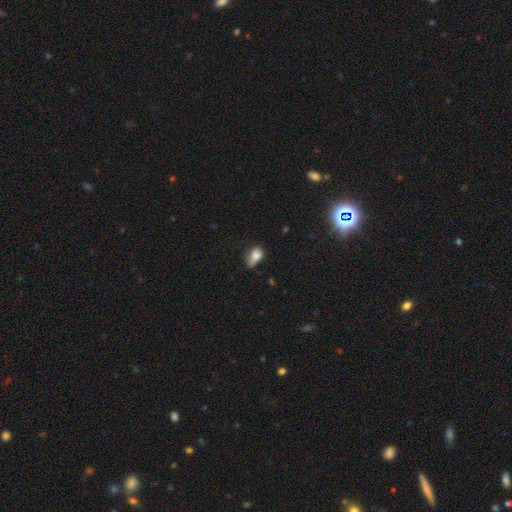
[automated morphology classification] Smooth or featured? Predicted: smooth (p=0.77). How rounded? Predicted: in between (p=0.85). Merging? Predicted: minor disturbance (p=0.42).